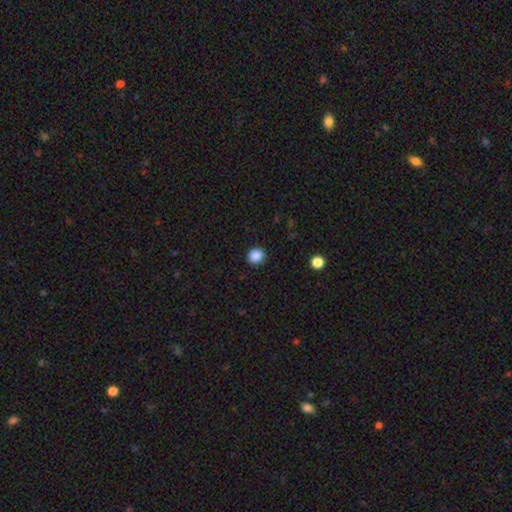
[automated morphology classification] smooth 88%, star or artifact 10%, featured or disk 2%. Down the decision tree: how rounded — round (81%); merging — none (91%).